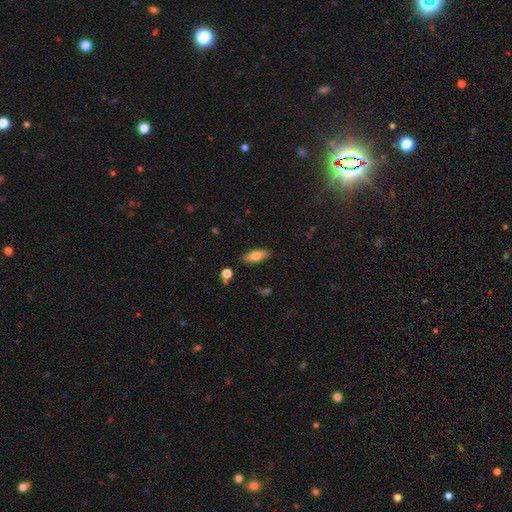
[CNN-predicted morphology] Smooth or featured: smooth — 77% (featured or disk — 16%)
How rounded: in between — 72% (cigar-shaped — 26%)
Merging: none — 86% (minor disturbance — 10%)